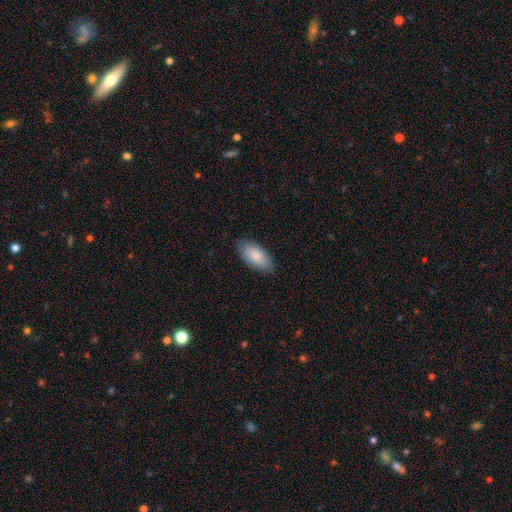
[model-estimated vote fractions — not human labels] smooth-or-featured: smooth: 85% | featured or disk: 10% | star or artifact: 5%
  how-rounded: in between: 93% | cigar-shaped: 5% | round: 2%
  merging: none: 84% | minor disturbance: 13% | major disturbance: 2% | merger: 1%